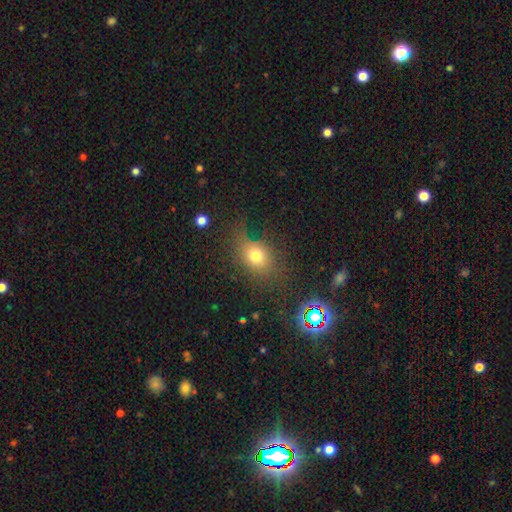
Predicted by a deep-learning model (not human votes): The model was most divided on "how rounded": round: 50%, in between: 48%, cigar-shaped: 3%. More confident: smooth or featured — smooth (69%); merging — none (62%).